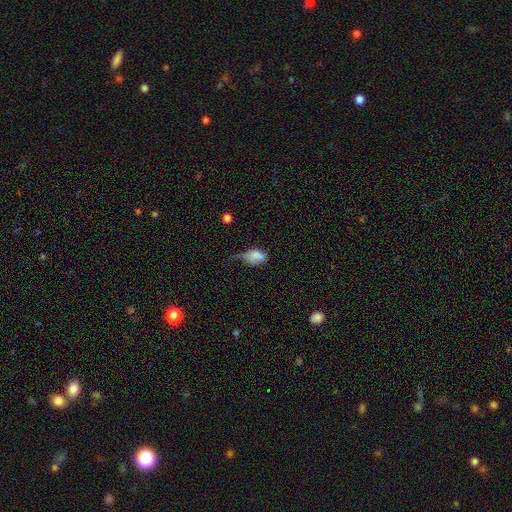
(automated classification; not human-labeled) The model was most divided on "merging": major disturbance: 40%, minor disturbance: 37%, none: 18%, merger: 5%. More confident: how rounded — in between (86%); smooth or featured — smooth (77%).